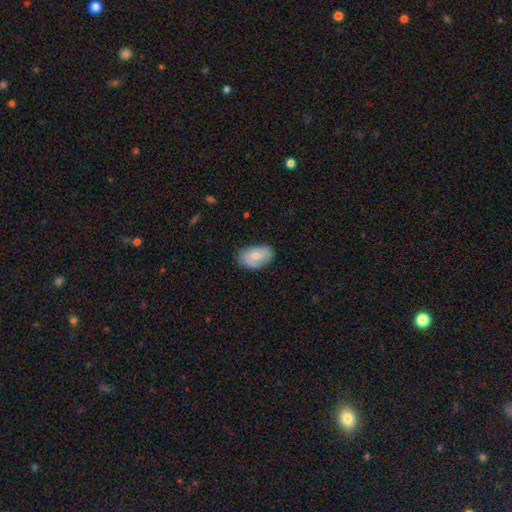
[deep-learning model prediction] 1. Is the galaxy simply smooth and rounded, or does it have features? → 60% smooth, 34% featured or disk, 7% star or artifact.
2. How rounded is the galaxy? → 88% in between, 10% round, 1% cigar-shaped.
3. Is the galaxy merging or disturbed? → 74% none, 20% minor disturbance, 4% major disturbance, 1% merger.